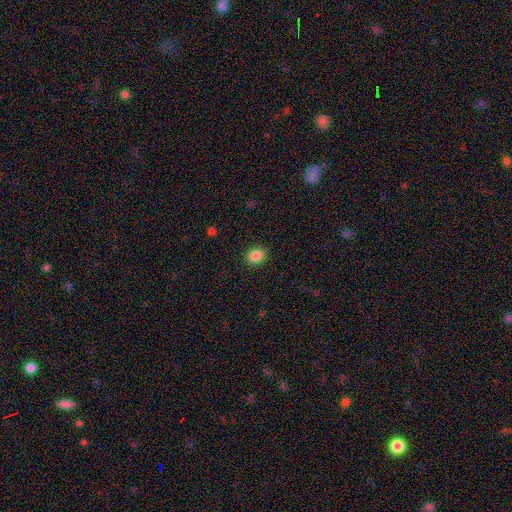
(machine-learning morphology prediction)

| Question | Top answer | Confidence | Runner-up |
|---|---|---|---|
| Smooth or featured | smooth | 86% | star or artifact (10%) |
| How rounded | round | 56% | in between (43%) |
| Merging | none | 88% | minor disturbance (9%) |